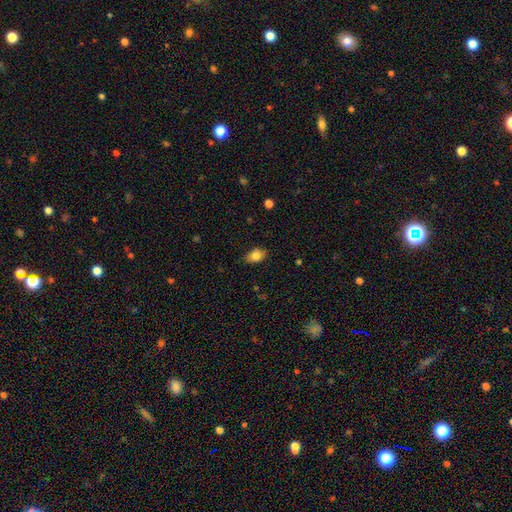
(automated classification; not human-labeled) smooth_or_featured: smooth (p=0.81) [alt: featured or disk p=0.11]
how_rounded: in between (p=0.83) [alt: round p=0.14]
merging: none (p=0.81) [alt: minor disturbance p=0.15]